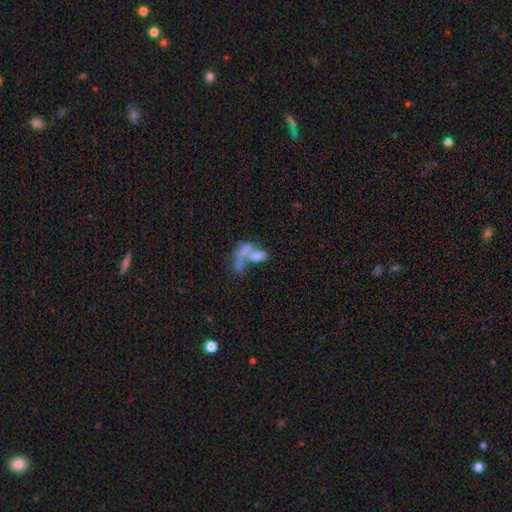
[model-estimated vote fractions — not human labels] smooth 51%, featured or disk 35%, star or artifact 14%. Down the decision tree: how rounded — in between (79%); merging — merger (58%).